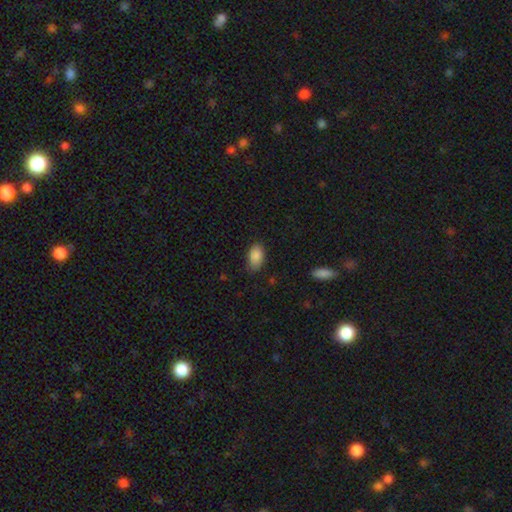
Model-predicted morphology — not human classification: A smooth galaxy with no disk features (88%) that is in between round and cigar-shaped (92%). Merging: none (78%).